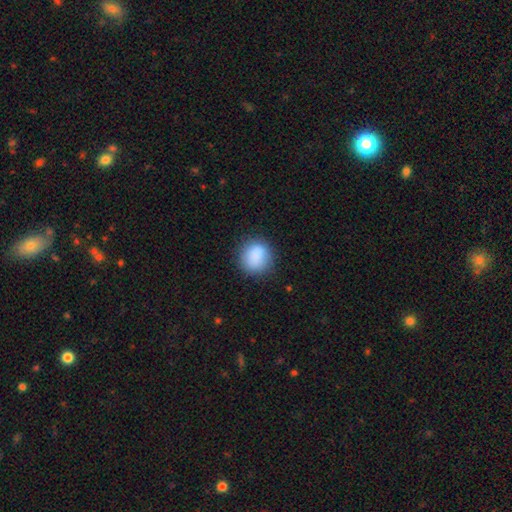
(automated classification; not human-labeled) Smooth or featured?
  - smooth: 87% *
  - star or artifact: 8%
  - featured or disk: 5%
How rounded?
  - round: 82% *
  - in between: 17%
  - cigar-shaped: 1%
Merging?
  - none: 83% *
  - minor disturbance: 12%
  - major disturbance: 4%
  - merger: 1%